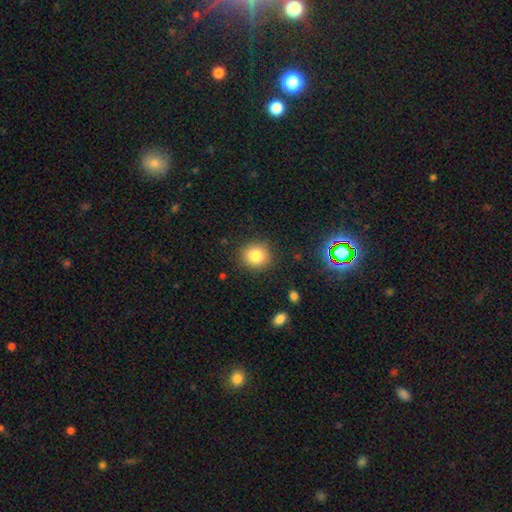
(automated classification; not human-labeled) Morphology: type=smooth (81%); roundness=round (86%); merging=none (88%).